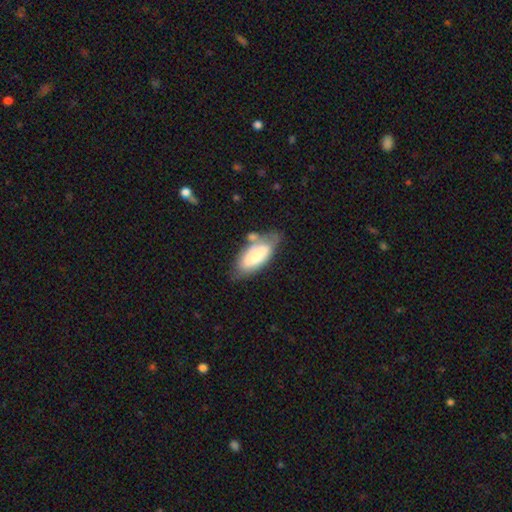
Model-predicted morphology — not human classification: smooth_or_featured: smooth (p=0.68) [alt: featured or disk p=0.26]
how_rounded: in between (p=0.84) [alt: cigar-shaped p=0.14]
merging: none (p=0.47) [alt: minor disturbance p=0.25]